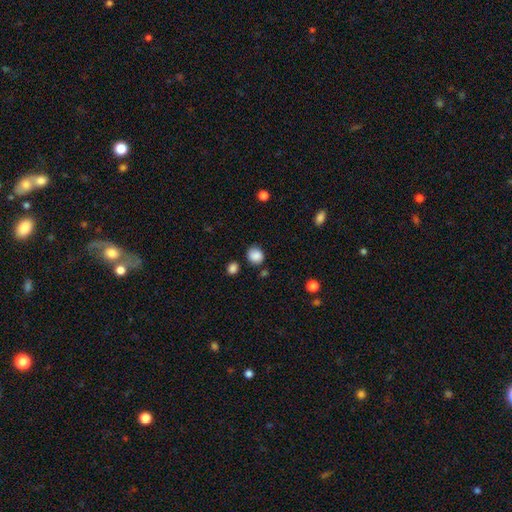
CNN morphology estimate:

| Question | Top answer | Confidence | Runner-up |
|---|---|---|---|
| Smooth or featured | smooth | 87% | star or artifact (10%) |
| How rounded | round | 80% | in between (19%) |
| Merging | none | 77% | minor disturbance (14%) |